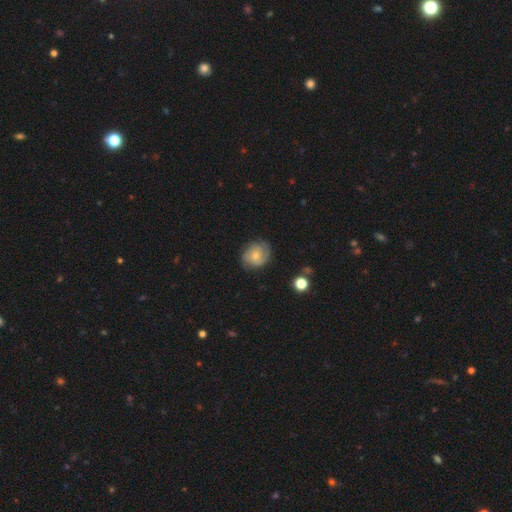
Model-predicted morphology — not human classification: Smooth or featured: featured or disk — 56% (smooth — 37%)
Edge-on disk: no — 97% (yes — 3%)
Bar: no — 75% (weak — 21%)
Spiral arms: yes — 86% (no — 14%)
Bulge size: small — 56% (moderate — 40%)
Merging: none — 74% (minor disturbance — 19%)